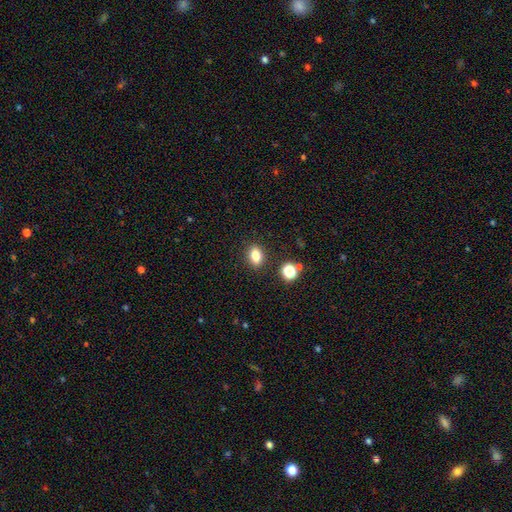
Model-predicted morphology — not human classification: This appears to be a smooth galaxy with no disk features (80%) that is in between round and cigar-shaped (71%). Merging: none (86%).